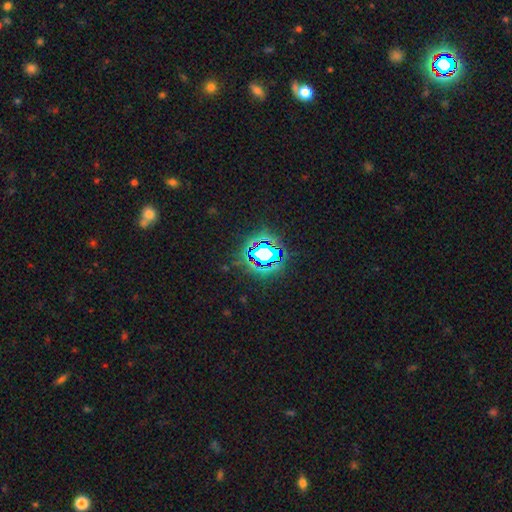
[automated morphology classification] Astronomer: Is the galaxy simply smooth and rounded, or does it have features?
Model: star or artifact — 81%.